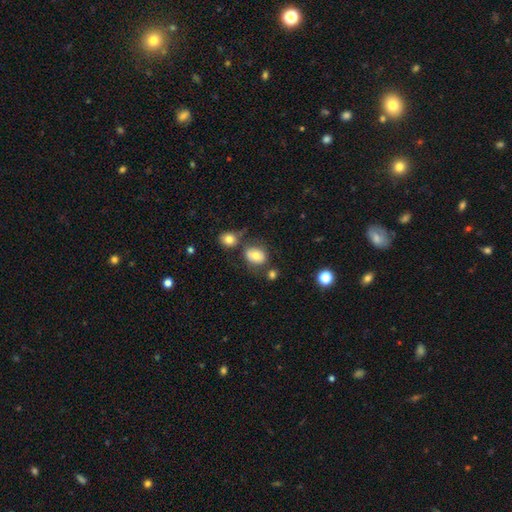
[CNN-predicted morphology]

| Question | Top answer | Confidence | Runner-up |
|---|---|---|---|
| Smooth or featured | smooth | 73% | featured or disk (17%) |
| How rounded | round | 50% | in between (48%) |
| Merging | none | 63% | minor disturbance (16%) |